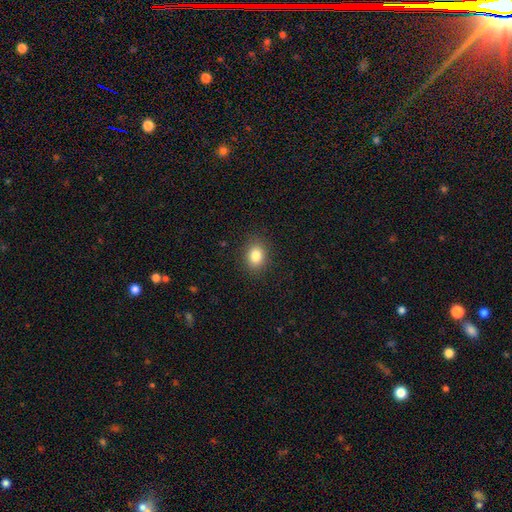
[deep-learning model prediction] Q: Smooth or featured?
A: smooth (84%); runner-up: star or artifact (10%)
Q: How rounded?
A: in between (56%); runner-up: round (43%)
Q: Merging?
A: none (88%); runner-up: minor disturbance (9%)